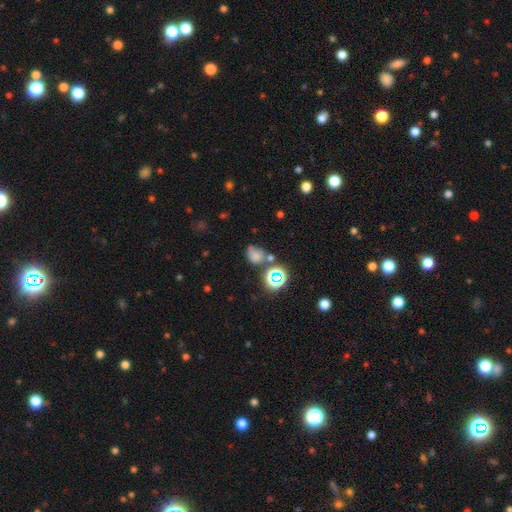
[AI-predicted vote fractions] Q: Smooth or featured?
A: smooth (65%); runner-up: star or artifact (23%)
Q: How rounded?
A: round (49%); tied with: in between (49%)
Q: Merging?
A: none (45%); runner-up: minor disturbance (23%)